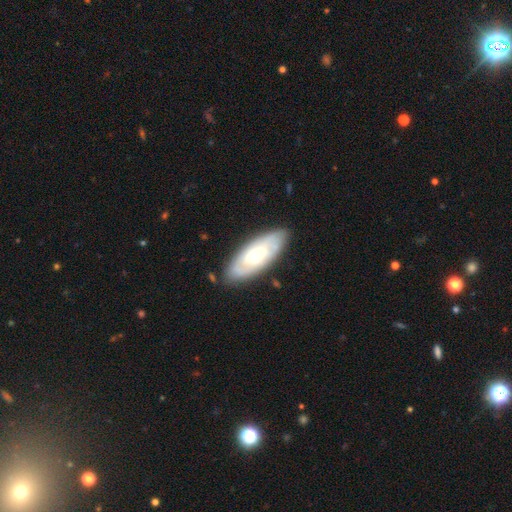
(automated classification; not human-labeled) This appears to be a featured or disk galaxy (56%). Merging: none (83%).